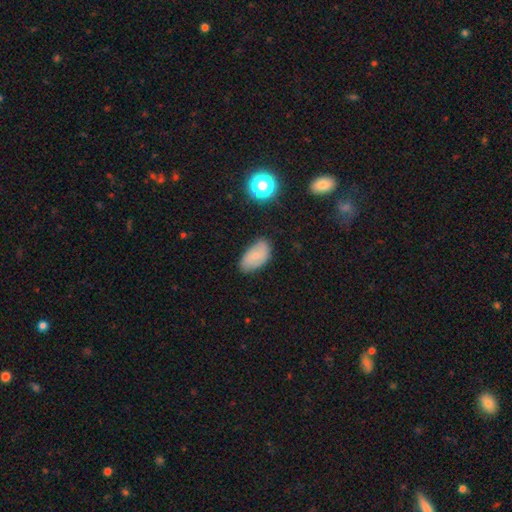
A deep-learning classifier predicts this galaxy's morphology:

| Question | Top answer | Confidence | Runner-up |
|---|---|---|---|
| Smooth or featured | smooth | 70% | featured or disk (21%) |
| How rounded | in between | 92% | round (5%) |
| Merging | none | 72% | minor disturbance (22%) |